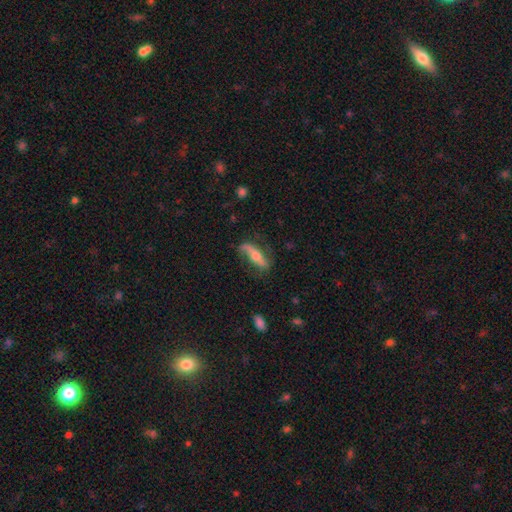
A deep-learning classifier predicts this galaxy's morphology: A featured or disk galaxy (65%). Merging: none (65%).